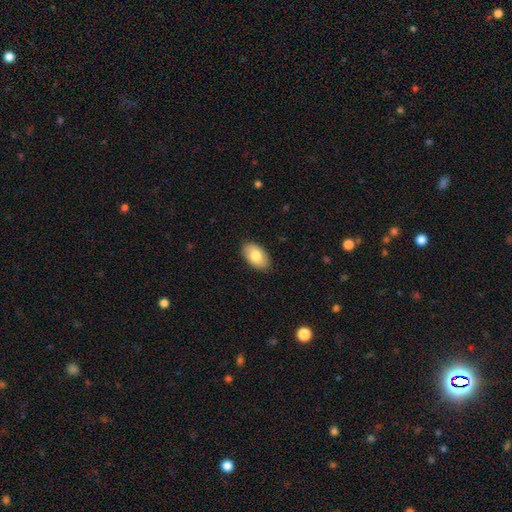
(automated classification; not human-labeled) Smooth or featured: smooth — 80% (featured or disk — 14%)
How rounded: in between — 94% (round — 4%)
Merging: none — 88% (minor disturbance — 9%)